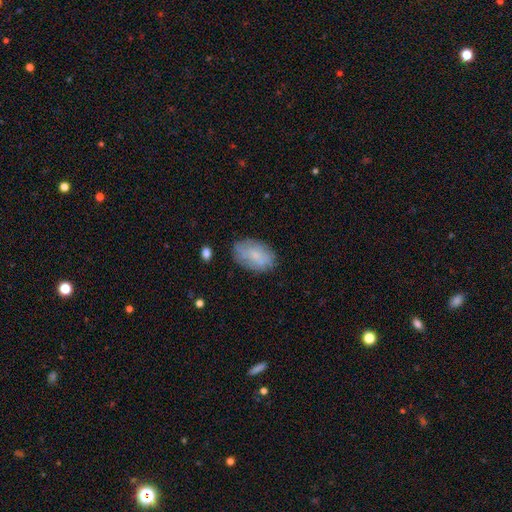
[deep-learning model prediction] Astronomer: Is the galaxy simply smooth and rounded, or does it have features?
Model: smooth — 71%.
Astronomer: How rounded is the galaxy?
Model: in between — 89%.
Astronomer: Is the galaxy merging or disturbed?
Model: none — 76%.